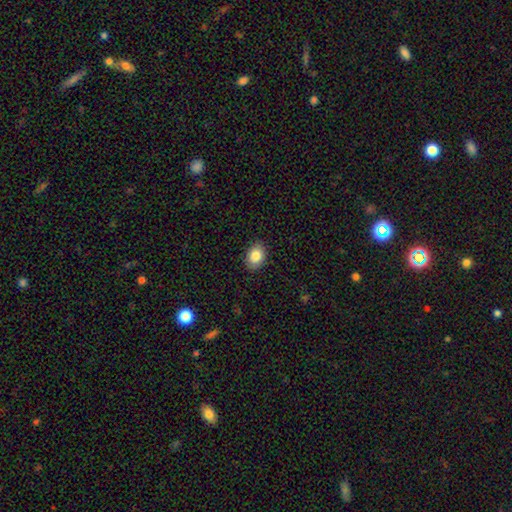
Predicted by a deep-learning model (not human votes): A smooth galaxy with no disk features (84%) that is in between round and cigar-shaped (73%). Merging: none (88%).